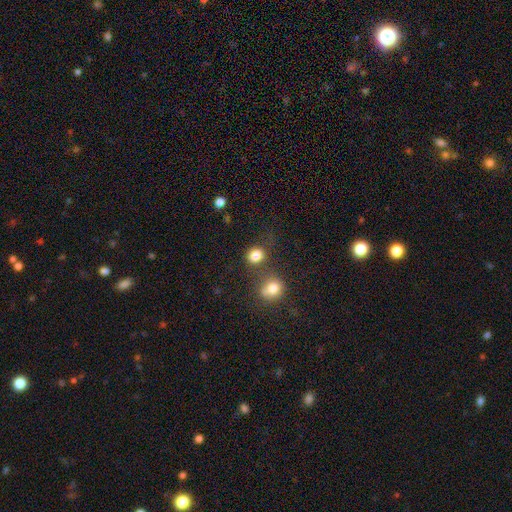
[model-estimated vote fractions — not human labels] Smooth or featured? Predicted: smooth (p=0.82). How rounded? Predicted: round (p=0.65). Merging? Predicted: none (p=0.60).